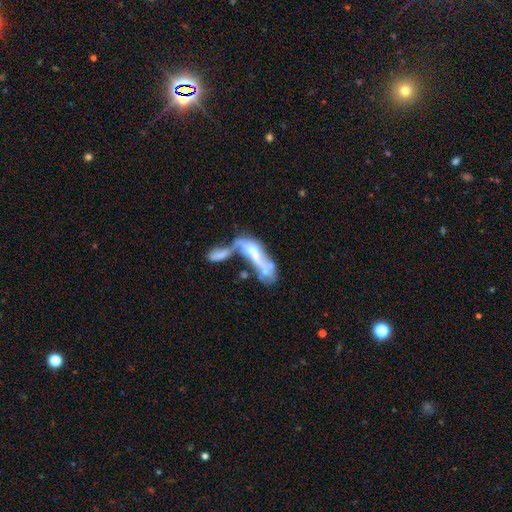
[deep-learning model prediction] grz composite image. It shows a featured or disk galaxy (55%). Merging: merger (65%).